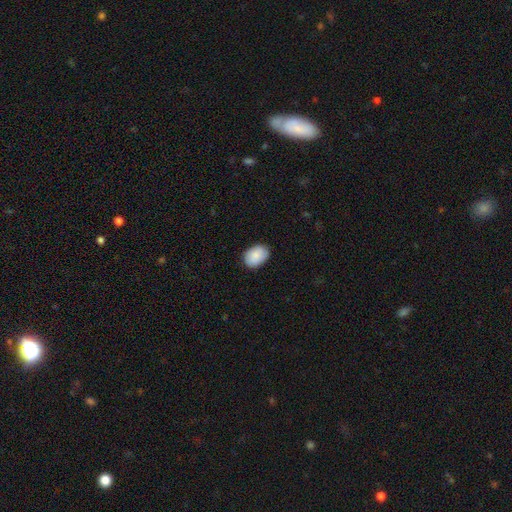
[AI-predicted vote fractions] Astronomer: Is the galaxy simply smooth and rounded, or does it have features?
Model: smooth — 89%.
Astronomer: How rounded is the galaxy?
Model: in between — 80%.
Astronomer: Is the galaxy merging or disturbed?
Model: none — 85%.